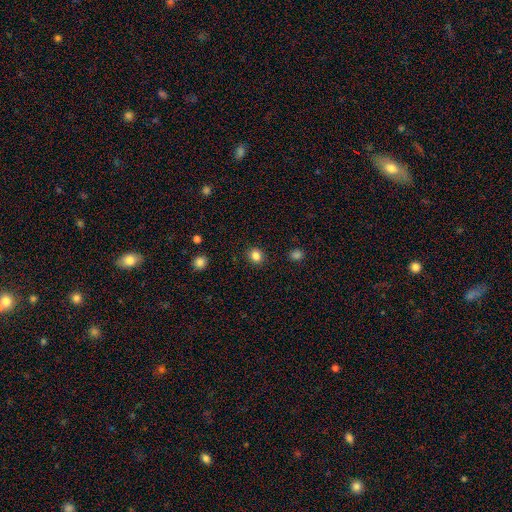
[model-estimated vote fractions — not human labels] smooth_or_featured: smooth (p=0.84) [alt: star or artifact p=0.11]
how_rounded: round (p=0.76) [alt: in between p=0.23]
merging: none (p=0.90) [alt: minor disturbance p=0.06]